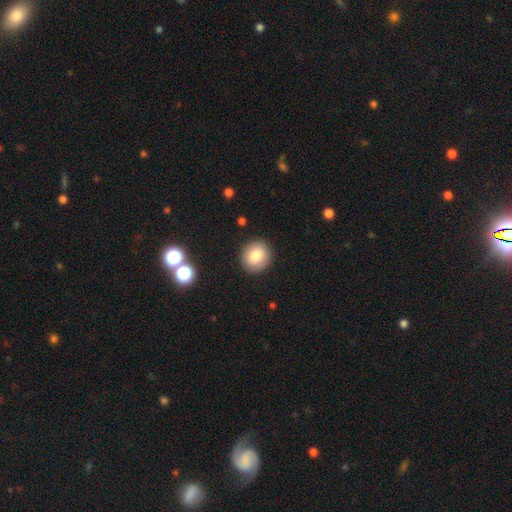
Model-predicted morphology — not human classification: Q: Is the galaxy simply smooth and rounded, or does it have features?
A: smooth — 82%.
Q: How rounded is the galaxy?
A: round — 87%.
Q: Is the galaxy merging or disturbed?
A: none — 90%.